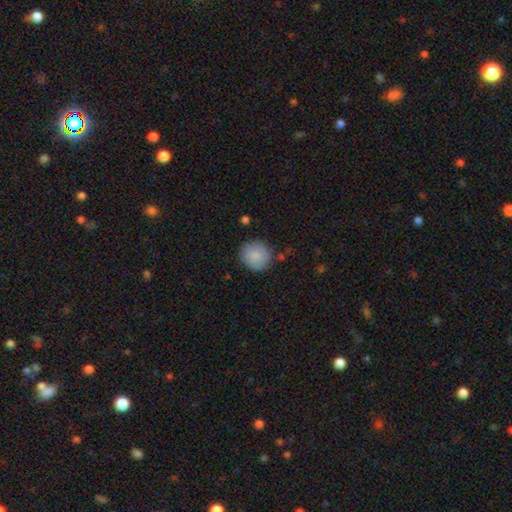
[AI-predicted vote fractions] A smooth galaxy with no disk features (86%) that is round (90%).

Vote fractions:
- Smooth or featured? smooth: 86% / featured or disk: 8% / star or artifact: 7%
- How rounded? round: 90% / in between: 9% / cigar-shaped: 1%
- Merging? none: 82% / minor disturbance: 13% / major disturbance: 3% / merger: 3%